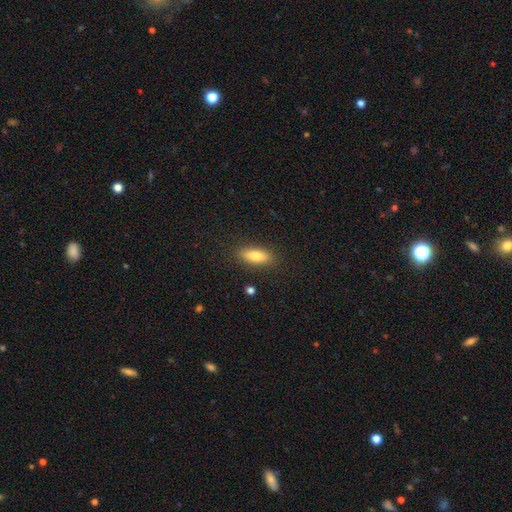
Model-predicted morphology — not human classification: This is likely a smooth galaxy (79%). How rounded: likely in between (69%). Merging: clearly none (87%).